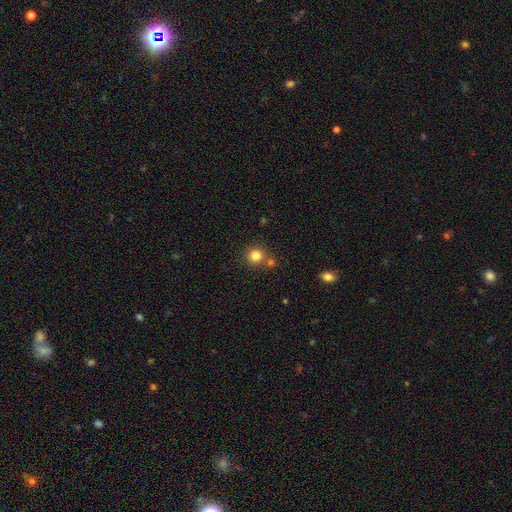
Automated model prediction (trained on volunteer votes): Morphology: type=smooth (82%); roundness=round (93%); merging=none (73%).